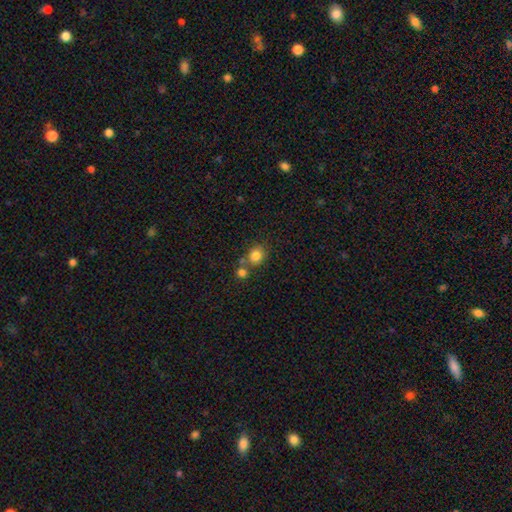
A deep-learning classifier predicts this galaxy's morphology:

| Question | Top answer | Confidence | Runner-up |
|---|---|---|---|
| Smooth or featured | smooth | 82% | star or artifact (11%) |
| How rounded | round | 81% | in between (18%) |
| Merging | none | 59% | merger (28%) |